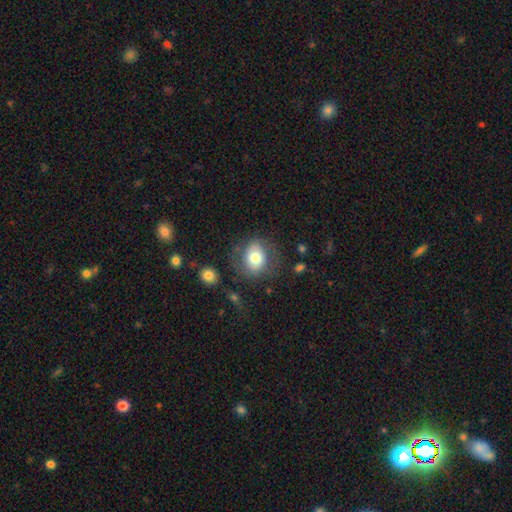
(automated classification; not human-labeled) A smooth galaxy with no disk features (70%) that is round (55%).

Vote fractions:
- Smooth or featured? smooth: 70% / featured or disk: 21% / star or artifact: 9%
- How rounded? round: 55% / in between: 44% / cigar-shaped: 1%
- Merging? none: 67% / minor disturbance: 18% / major disturbance: 11% / merger: 3%